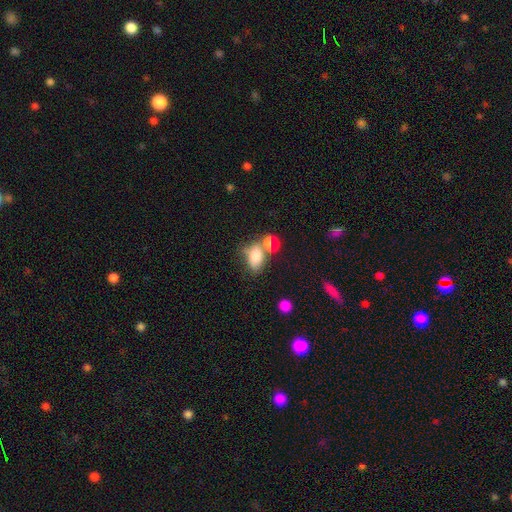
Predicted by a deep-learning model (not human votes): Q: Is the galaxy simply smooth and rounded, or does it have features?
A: smooth — 76%.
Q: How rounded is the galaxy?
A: in between — 83%.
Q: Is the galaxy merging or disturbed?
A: merger — 38%.